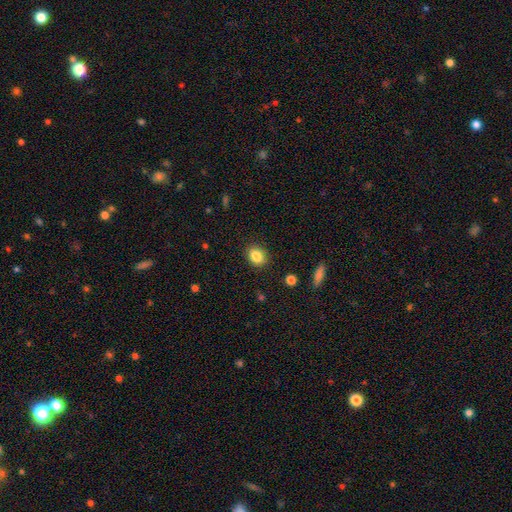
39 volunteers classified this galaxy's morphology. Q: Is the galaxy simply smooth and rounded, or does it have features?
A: smooth — 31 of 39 (79%).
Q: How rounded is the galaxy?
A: in between — 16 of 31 (52%).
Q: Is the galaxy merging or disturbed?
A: none — 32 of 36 (89%).